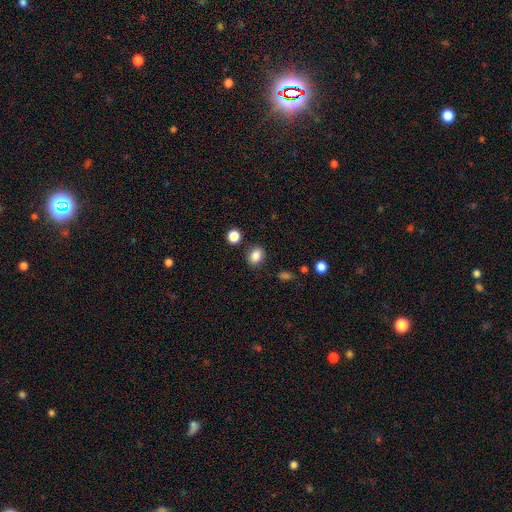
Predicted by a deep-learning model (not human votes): A smooth galaxy with no disk features (86%) that is in between round and cigar-shaped (61%). Merging: none (84%).